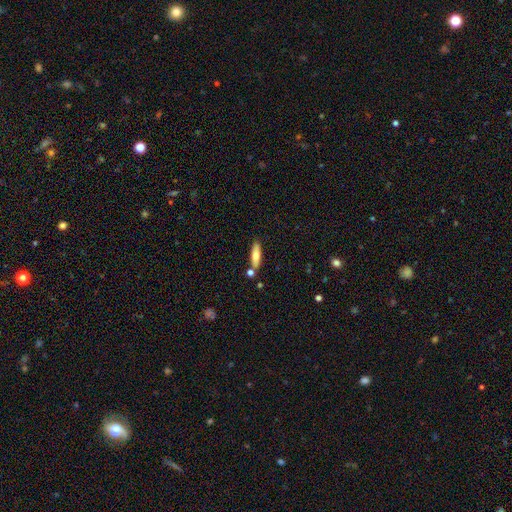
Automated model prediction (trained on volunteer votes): Smooth or featured? Predicted: smooth (p=0.67). How rounded? Predicted: cigar-shaped (p=0.60). Merging? Predicted: none (p=0.76).